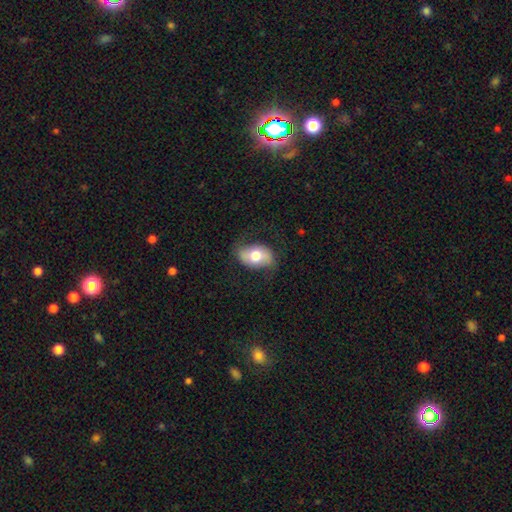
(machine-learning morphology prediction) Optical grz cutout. It shows a smooth galaxy with no disk features (59%) that is in between round and cigar-shaped (87%). Merging: none (72%).